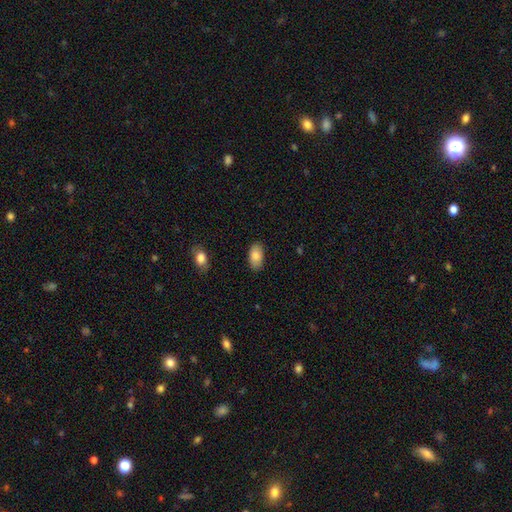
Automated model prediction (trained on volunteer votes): Smooth or featured: smooth — 85% (featured or disk — 8%)
How rounded: in between — 94% (round — 4%)
Merging: none — 86% (minor disturbance — 11%)